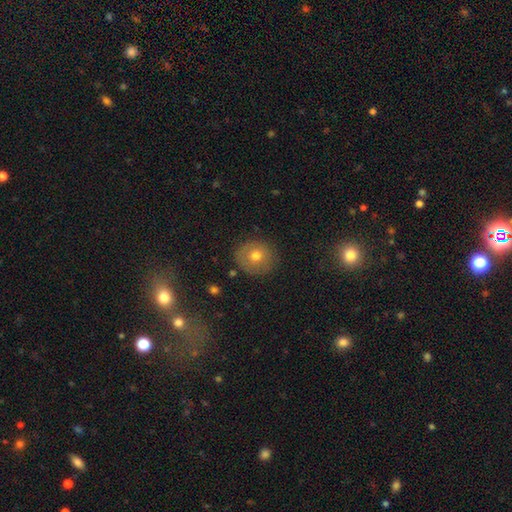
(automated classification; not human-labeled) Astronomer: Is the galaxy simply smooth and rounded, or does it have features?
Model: smooth — 67%.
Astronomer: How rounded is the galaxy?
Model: round — 88%.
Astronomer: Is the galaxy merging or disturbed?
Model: none — 84%.